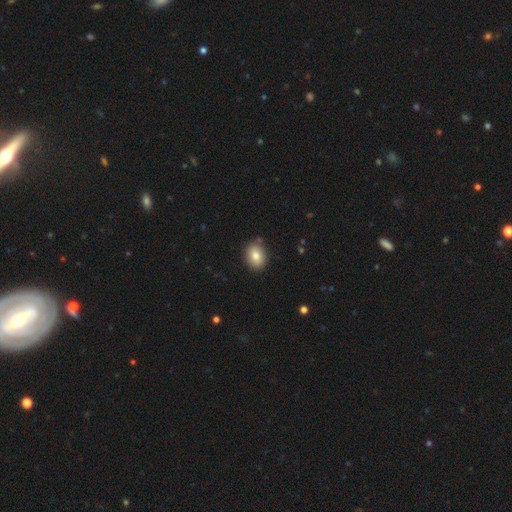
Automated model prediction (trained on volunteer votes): This appears to be a smooth galaxy with no disk features (82%) that is in between round and cigar-shaped (59%). Merging: none (85%).